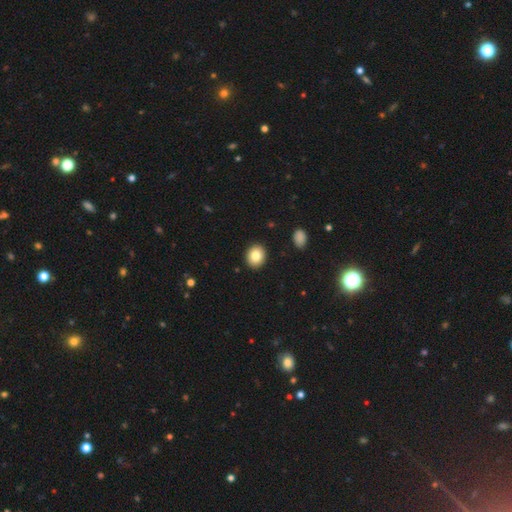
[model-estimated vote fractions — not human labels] smooth 83%, star or artifact 9%, featured or disk 8%. Down the decision tree: how rounded — round (65%); merging — none (91%).